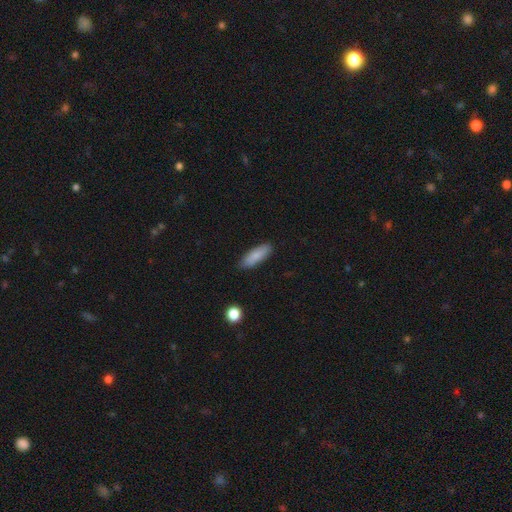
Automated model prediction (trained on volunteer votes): Q: Smooth or featured?
A: smooth (83%); runner-up: featured or disk (11%)
Q: How rounded?
A: in between (59%); runner-up: cigar-shaped (39%)
Q: Merging?
A: none (85%); runner-up: minor disturbance (12%)